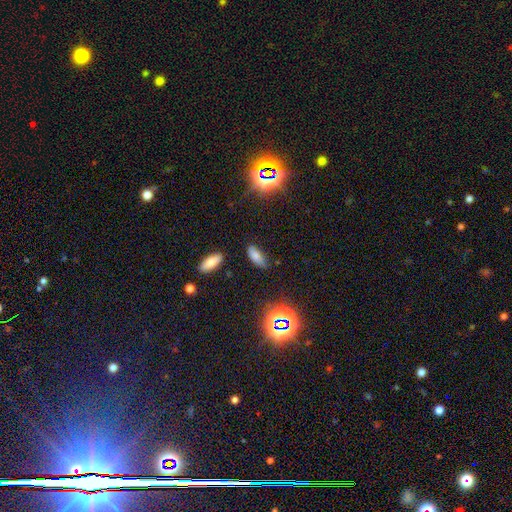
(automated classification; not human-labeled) Overall: smooth (76%). How rounded: in between (79%). Merging: none (78%).